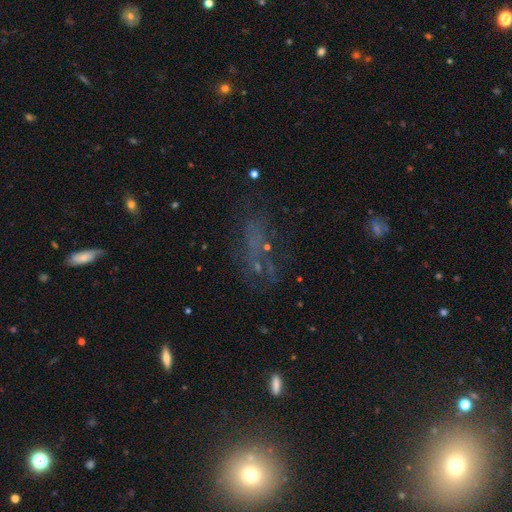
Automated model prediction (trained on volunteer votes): This appears to be a star or artifact, not a galaxy (41%).